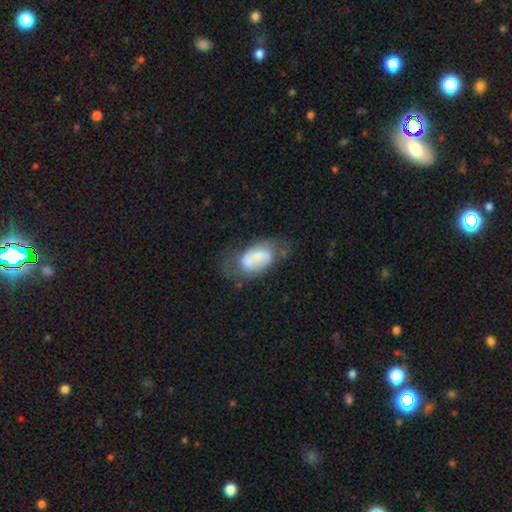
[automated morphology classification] Overall: smooth (55%; featured or disk 36%). How rounded: in between (90%). Merging: none (34%; minor disturbance 27%).